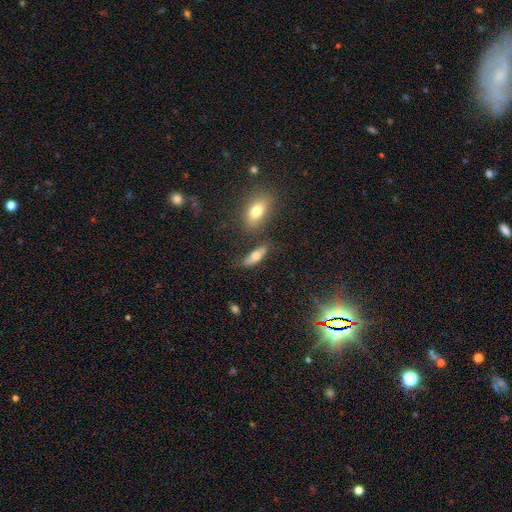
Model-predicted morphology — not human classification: This appears to be a smooth galaxy with no disk features (66%) that is in between round and cigar-shaped (61%). Merging: none (64%).